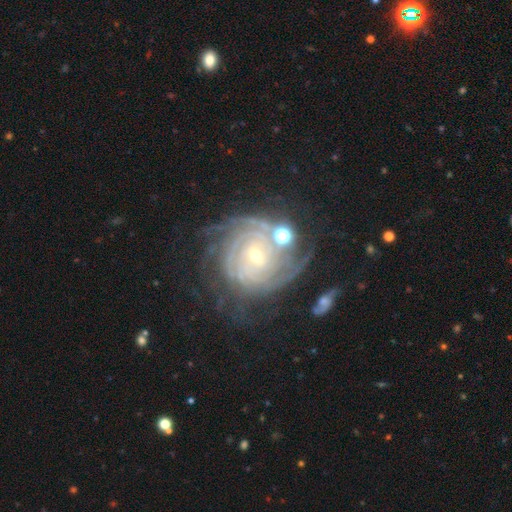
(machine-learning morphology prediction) smooth-or-featured: featured or disk: 88% | star or artifact: 7% | smooth: 5%
  disk-edge-on: no: 97% | yes: 3%
    bar: no: 51% | weak: 35% | strong: 14%
    has-spiral-arms: yes: 97% | no: 3%
      spiral-winding: tight: 81% | medium: 16% | loose: 3%
      spiral-arm-count: can't tell: 28% | 4: 23% | 3: 15% | more than 4: 15% | 2: 12% | 1: 7%
    bulge-size: small: 71% | moderate: 25% | large: 2% | none: 1% | dominant: 1%
  merging: none: 63% | minor disturbance: 18% | major disturbance: 11% | merger: 8%